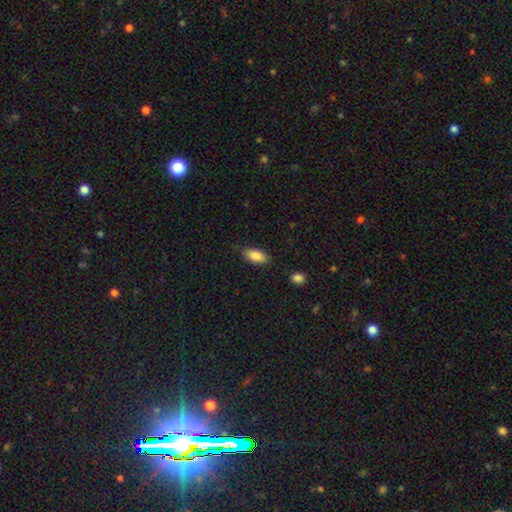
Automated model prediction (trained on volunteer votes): Smooth or featured: smooth — 87% (star or artifact — 7%)
How rounded: in between — 91% (cigar-shaped — 6%)
Merging: none — 79% (minor disturbance — 16%)